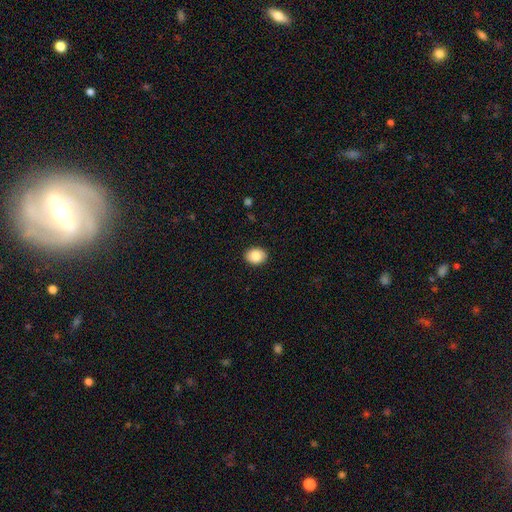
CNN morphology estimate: This is clearly a smooth galaxy (86%). How rounded: possibly in between (52%). Merging: clearly none (90%).